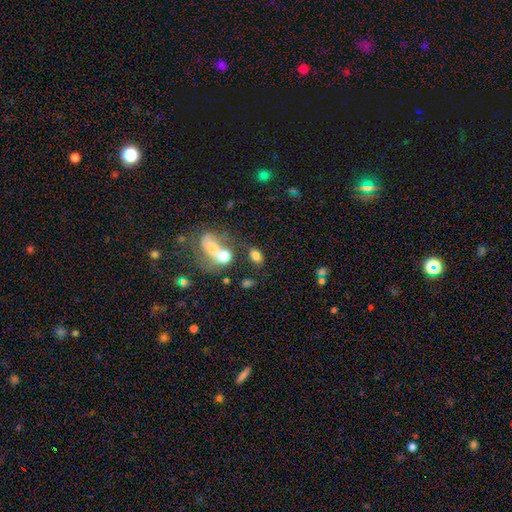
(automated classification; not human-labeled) A smooth galaxy with no disk features (77%) that is in between round and cigar-shaped (78%).

Vote fractions:
- Smooth or featured? smooth: 77% / featured or disk: 12% / star or artifact: 12%
- How rounded? in between: 78% / round: 19% / cigar-shaped: 2%
- Merging? none: 50% / merger: 26% / minor disturbance: 14% / major disturbance: 10%